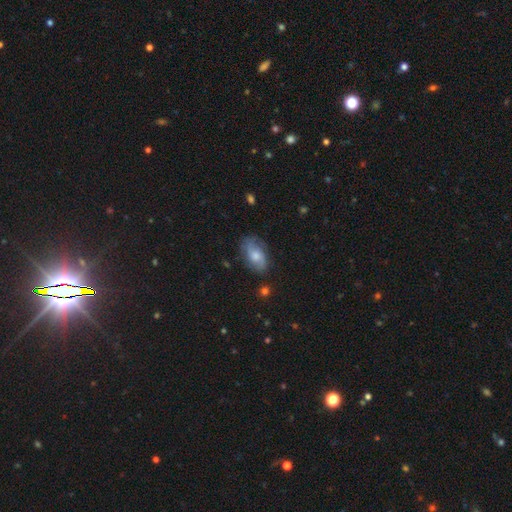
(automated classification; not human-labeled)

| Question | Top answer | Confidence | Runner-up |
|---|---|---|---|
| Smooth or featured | featured or disk | 53% | smooth (40%) |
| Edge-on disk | no | 95% | yes (5%) |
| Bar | no | 68% | weak (28%) |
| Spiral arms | yes | 84% | no (16%) |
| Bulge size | moderate | 55% | small (28%) |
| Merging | none | 70% | minor disturbance (21%) |